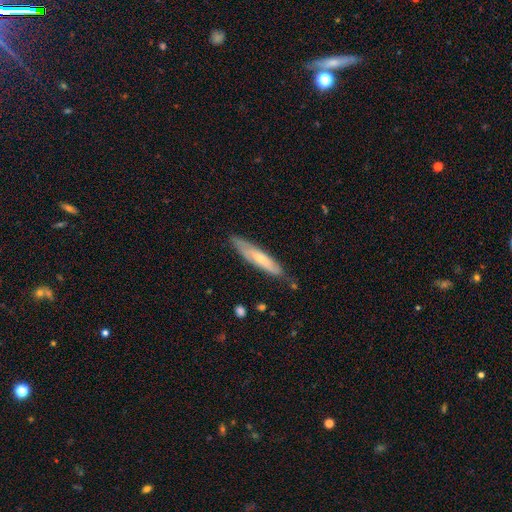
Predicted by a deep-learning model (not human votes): A featured or disk galaxy (47%). Merging: none (84%).